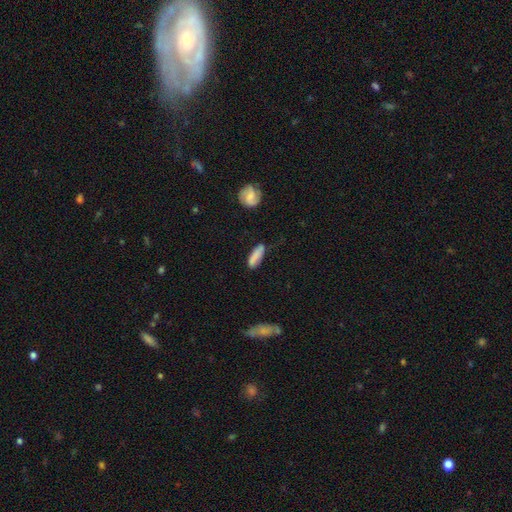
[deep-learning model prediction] Smooth or featured?
  - smooth: 78% *
  - featured or disk: 15%
  - star or artifact: 7%
How rounded?
  - cigar-shaped: 49% * (tied)
  - in between: 49% * (tied)
  - round: 2%
Merging?
  - none: 63% *
  - minor disturbance: 27%
  - major disturbance: 7%
  - merger: 4%